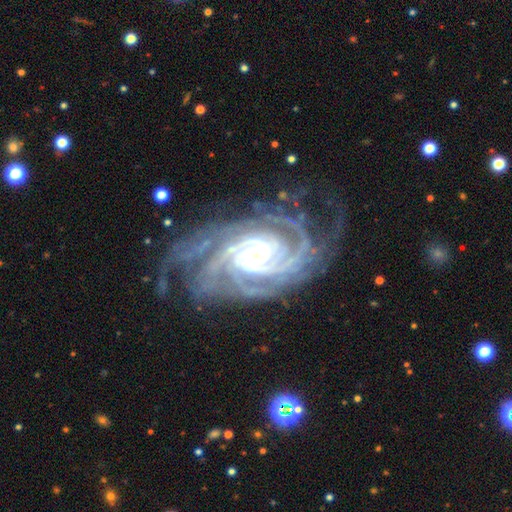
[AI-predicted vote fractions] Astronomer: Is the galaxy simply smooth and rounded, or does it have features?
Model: featured or disk — 93%.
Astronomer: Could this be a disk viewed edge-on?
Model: no — 97%.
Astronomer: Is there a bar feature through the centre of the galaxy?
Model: no — 49% (runner-up: weak, 31%).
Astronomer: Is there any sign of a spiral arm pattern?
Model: yes — 99%.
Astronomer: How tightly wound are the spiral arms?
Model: tight — 77%.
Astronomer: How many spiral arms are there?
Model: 4 — 28% (runner-up: 3, 20%).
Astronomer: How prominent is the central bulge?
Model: small — 71%.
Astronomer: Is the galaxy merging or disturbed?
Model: none — 67%.